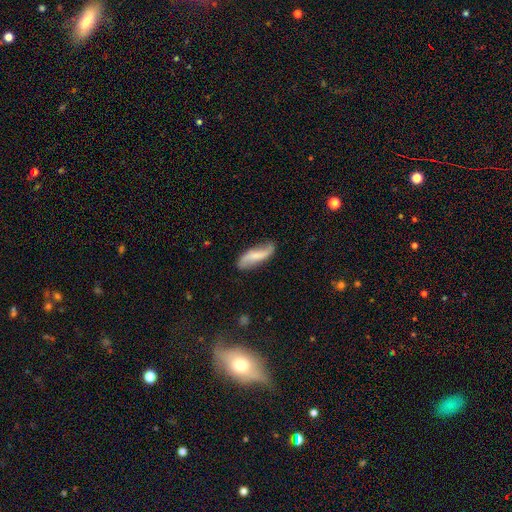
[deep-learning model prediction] Smooth or featured: featured or disk — 60% (smooth — 33%)
Edge-on disk: no — 87% (yes — 13%)
Bar: weak — 38% (no — 37%)
Spiral arms: yes — 91% (no — 9%)
Bulge size: none — 38% (small — 36%)
Merging: none — 73% (minor disturbance — 19%)